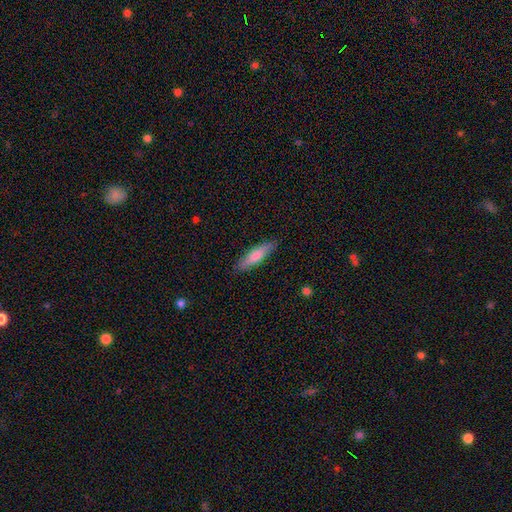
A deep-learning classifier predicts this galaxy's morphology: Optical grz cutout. It shows a smooth galaxy with no disk features (68%) that is cigar-shaped (75%). Merging: none (87%).